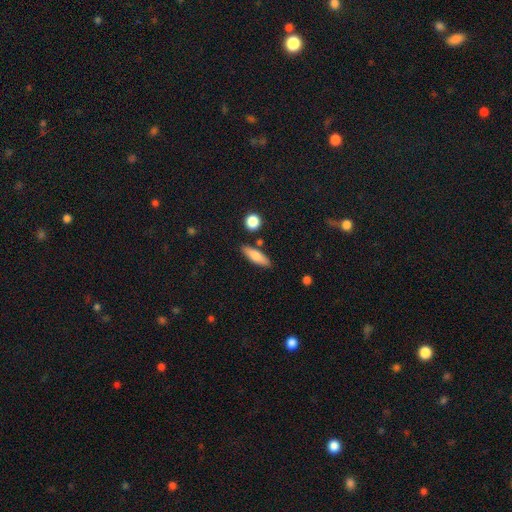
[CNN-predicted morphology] type=smooth (76%); roundness=cigar-shaped (51%); merging=none (82%).